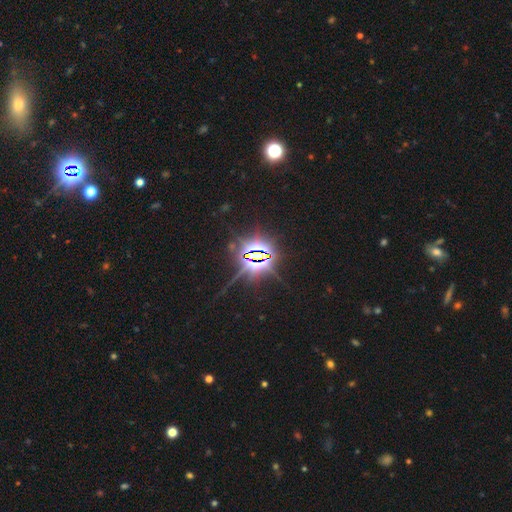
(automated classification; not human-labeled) A star or artifact, not a galaxy (85%).

Vote fractions:
- Smooth or featured? star or artifact: 85% / featured or disk: 8% / smooth: 7%